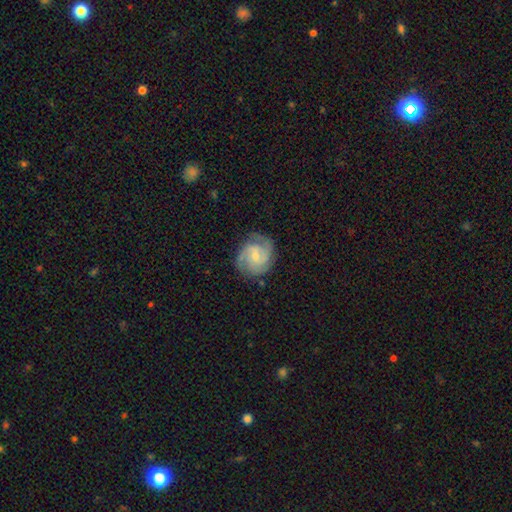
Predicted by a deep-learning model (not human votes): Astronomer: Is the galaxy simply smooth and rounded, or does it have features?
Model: featured or disk — 83%.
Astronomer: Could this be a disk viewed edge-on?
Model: no — 98%.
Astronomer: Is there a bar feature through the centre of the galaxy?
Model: no — 49% (runner-up: weak, 43%).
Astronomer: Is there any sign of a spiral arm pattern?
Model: yes — 97%.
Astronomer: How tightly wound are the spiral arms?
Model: tight — 51% (runner-up: medium, 41%).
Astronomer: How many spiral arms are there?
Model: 2 — 47% (runner-up: 3, 30%).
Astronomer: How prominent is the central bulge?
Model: small — 62%.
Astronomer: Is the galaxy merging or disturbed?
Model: none — 77%.